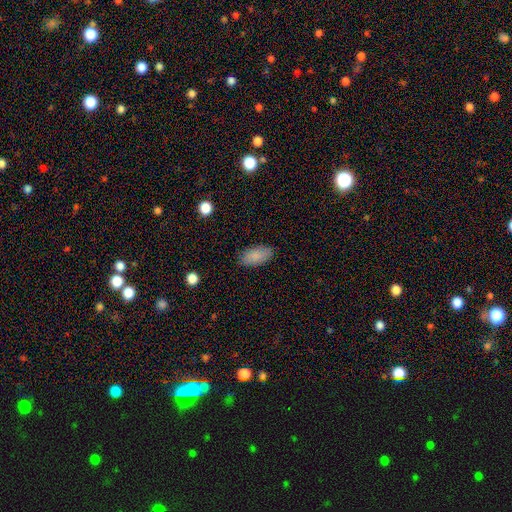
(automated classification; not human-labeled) Overall: smooth (86%). How rounded: in between (92%). Merging: none (86%).